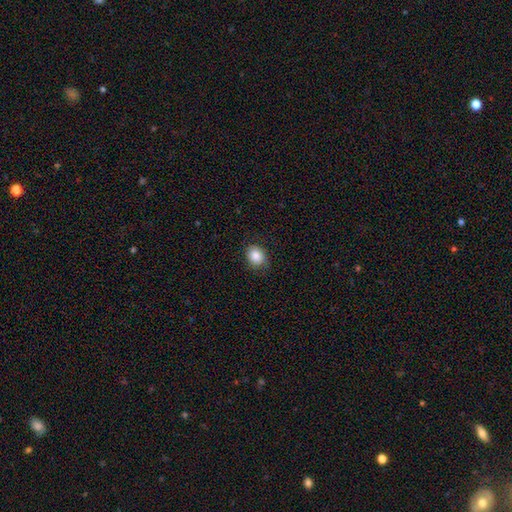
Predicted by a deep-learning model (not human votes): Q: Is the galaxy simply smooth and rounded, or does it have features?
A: smooth — 85%.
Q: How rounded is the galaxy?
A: round — 50%.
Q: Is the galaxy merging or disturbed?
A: none — 79%.